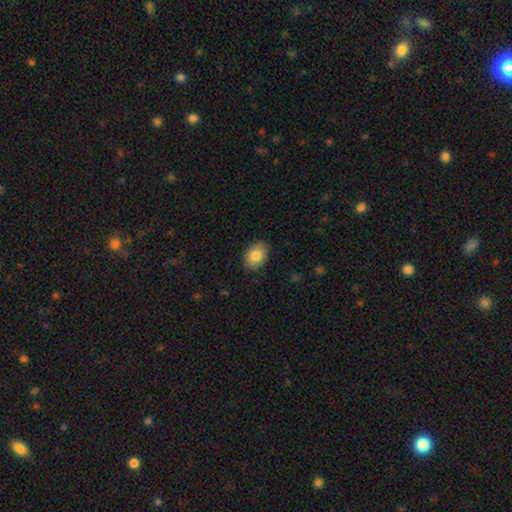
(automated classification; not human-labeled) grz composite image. It shows a smooth galaxy with no disk features (83%) that is in between round and cigar-shaped (82%). Merging: none (87%).